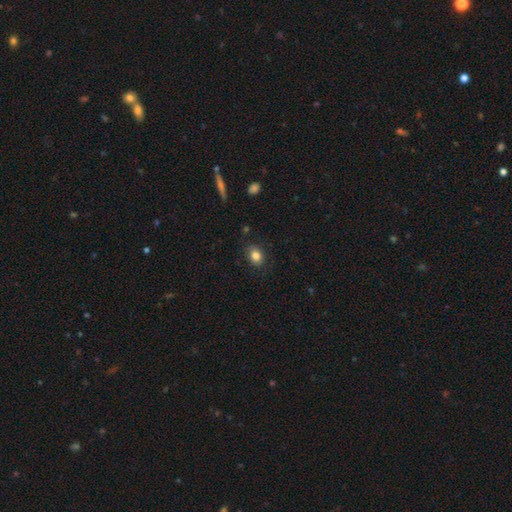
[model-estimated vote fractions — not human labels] smooth_or_featured: smooth (p=0.83) [alt: star or artifact p=0.10]
how_rounded: in between (p=0.69) [alt: round p=0.30]
merging: none (p=0.84) [alt: minor disturbance p=0.12]